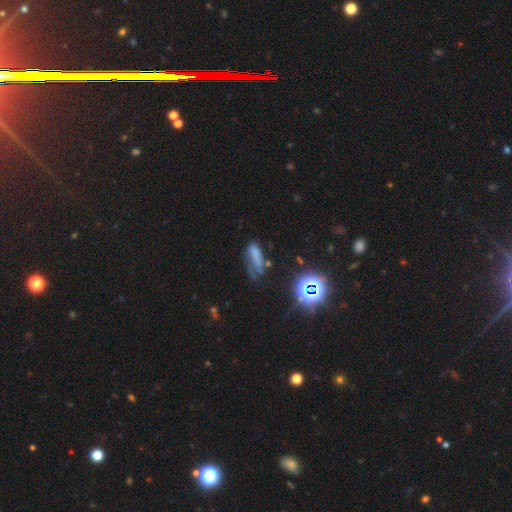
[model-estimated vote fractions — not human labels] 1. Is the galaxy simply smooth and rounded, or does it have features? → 53% smooth, 24% star or artifact, 23% featured or disk.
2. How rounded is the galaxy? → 60% in between, 34% cigar-shaped, 6% round.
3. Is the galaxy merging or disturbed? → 33% major disturbance, 29% minor disturbance, 29% none, 9% merger.